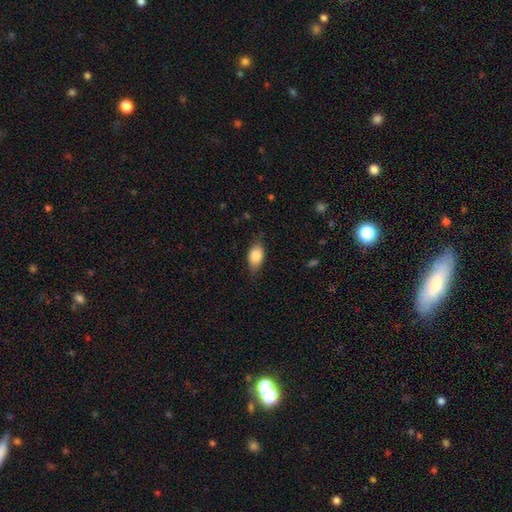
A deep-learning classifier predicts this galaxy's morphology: type=smooth (82%); roundness=in between (88%); merging=none (75%).